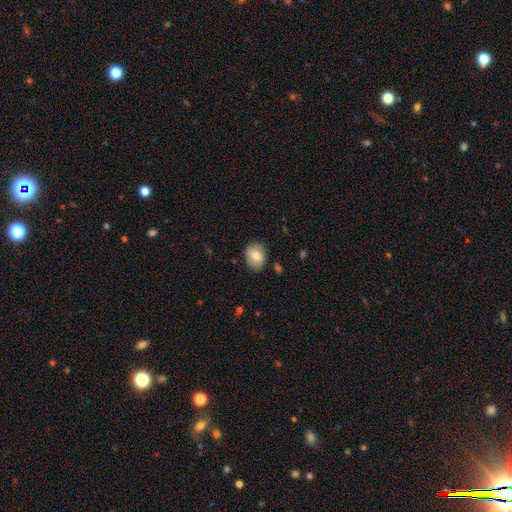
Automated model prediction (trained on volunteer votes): A smooth galaxy with no disk features (77%) that is in between round and cigar-shaped (51%).

Vote fractions:
- Smooth or featured? smooth: 77% / featured or disk: 15% / star or artifact: 8%
- How rounded? in between: 51% / round: 48% / cigar-shaped: 1%
- Merging? none: 82% / minor disturbance: 14% / major disturbance: 3% / merger: 2%